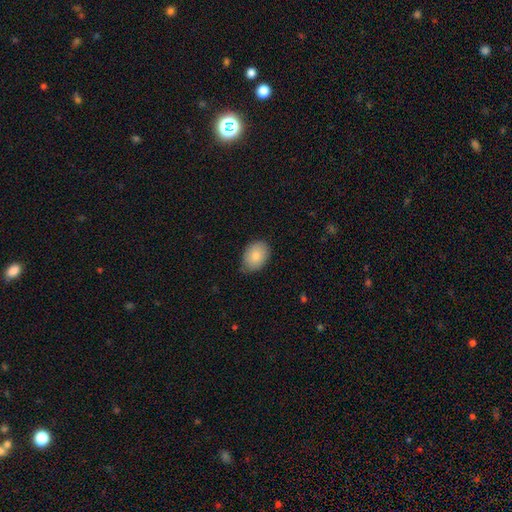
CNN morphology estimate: This appears to be a smooth galaxy with no disk features (83%) that is in between round and cigar-shaped (78%). Merging: none (76%).